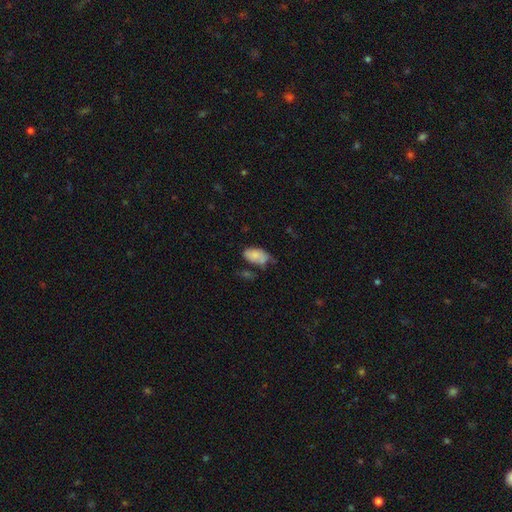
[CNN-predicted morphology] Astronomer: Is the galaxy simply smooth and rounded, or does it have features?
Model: smooth — 80%.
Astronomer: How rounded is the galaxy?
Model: in between — 93%.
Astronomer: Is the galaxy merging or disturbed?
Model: none — 49% (runner-up: minor disturbance, 31%).